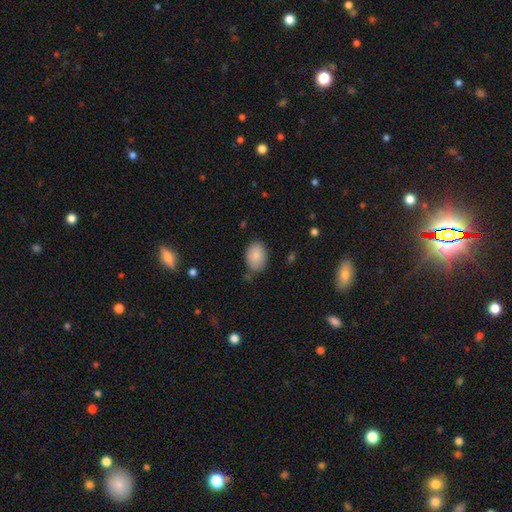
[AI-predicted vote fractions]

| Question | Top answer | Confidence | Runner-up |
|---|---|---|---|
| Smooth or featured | smooth | 87% | star or artifact (7%) |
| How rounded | in between | 82% | round (17%) |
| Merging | none | 73% | minor disturbance (20%) |